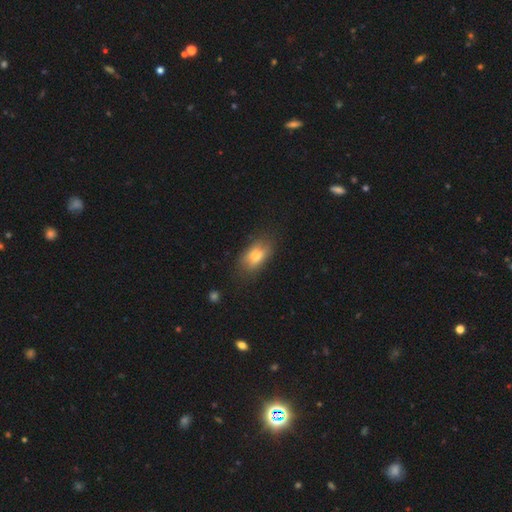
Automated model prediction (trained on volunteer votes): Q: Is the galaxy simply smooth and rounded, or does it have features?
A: smooth — 69%.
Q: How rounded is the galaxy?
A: in between — 86%.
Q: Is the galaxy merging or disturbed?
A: none — 69%.